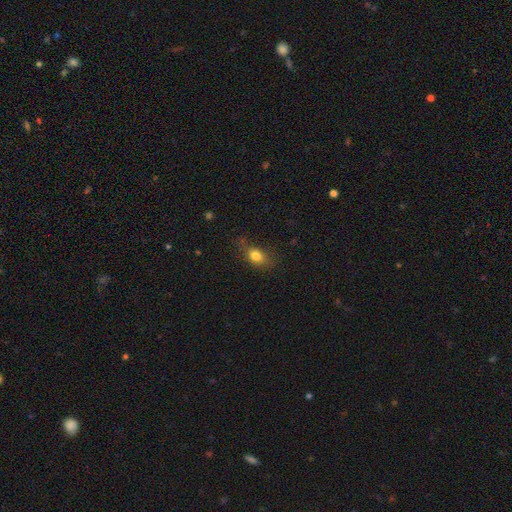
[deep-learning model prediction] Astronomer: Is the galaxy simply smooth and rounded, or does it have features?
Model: smooth — 81%.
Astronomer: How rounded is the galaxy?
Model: in between — 75%.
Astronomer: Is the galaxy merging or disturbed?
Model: none — 61%.